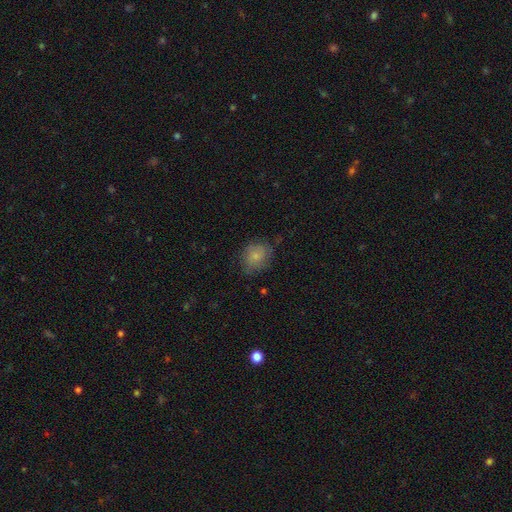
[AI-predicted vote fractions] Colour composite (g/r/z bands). It shows a smooth galaxy with no disk features (79%) that is round (61%). Merging: none (68%).